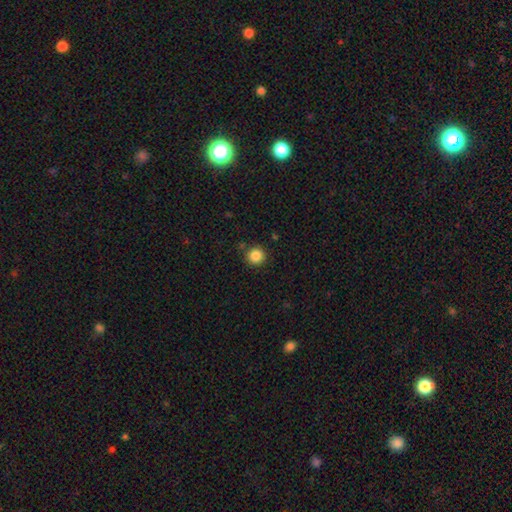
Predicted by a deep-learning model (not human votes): Smooth or featured: smooth — 86% (star or artifact — 11%)
How rounded: round — 95% (in between — 4%)
Merging: none — 88% (minor disturbance — 7%)